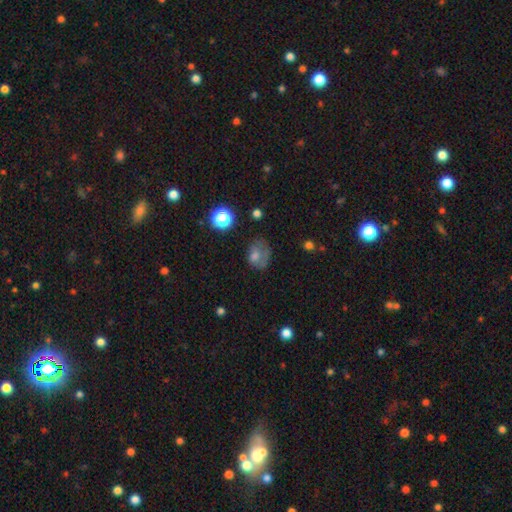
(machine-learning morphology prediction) Smooth or featured?
  - smooth: 61% *
  - featured or disk: 23%
  - star or artifact: 16%
How rounded?
  - in between: 58% *
  - round: 40%
  - cigar-shaped: 1%
Merging?
  - none: 41% *
  - minor disturbance: 28%
  - major disturbance: 27%
  - merger: 4%